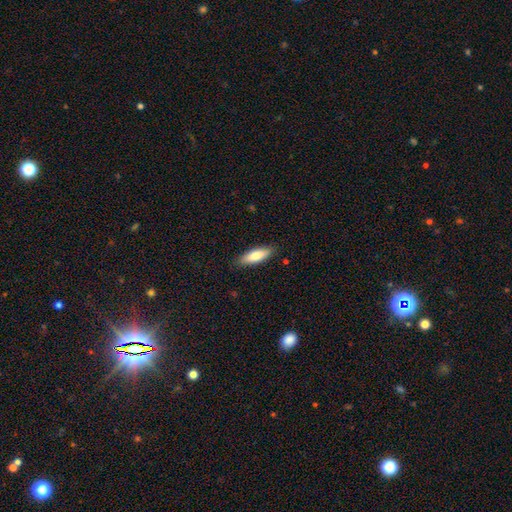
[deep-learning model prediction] This appears to be a smooth galaxy with no disk features (79%) that is in between round and cigar-shaped (56%). Merging: none (87%).